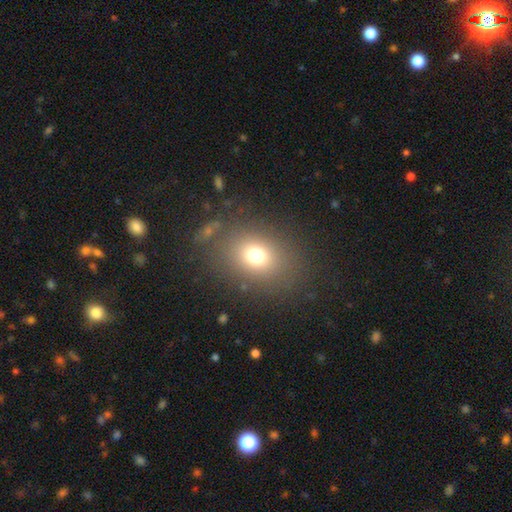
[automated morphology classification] A smooth galaxy with no disk features (72%) that is round (51%). Merging: none (81%).